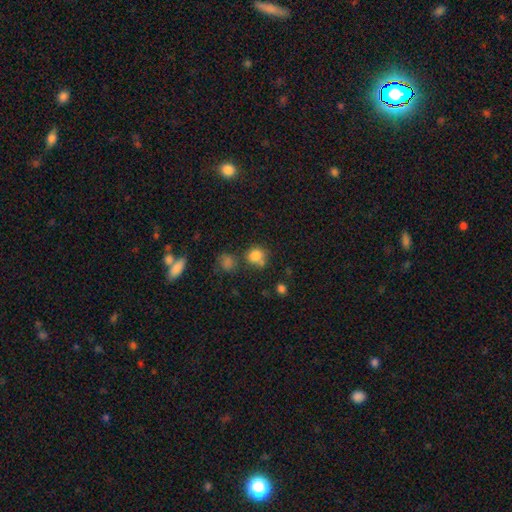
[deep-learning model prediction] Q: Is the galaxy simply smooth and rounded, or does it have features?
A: smooth — 80%.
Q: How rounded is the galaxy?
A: round — 81%.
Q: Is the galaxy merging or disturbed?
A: none — 59%.